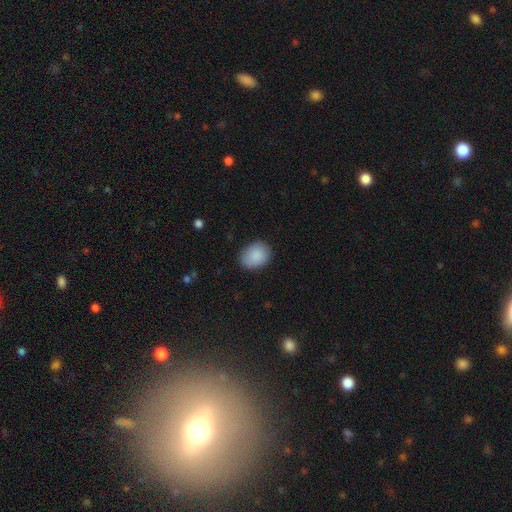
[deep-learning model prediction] smooth_or_featured: smooth (p=0.89) [alt: star or artifact p=0.07]
how_rounded: in between (p=0.61) [alt: round p=0.38]
merging: none (p=0.81) [alt: minor disturbance p=0.15]